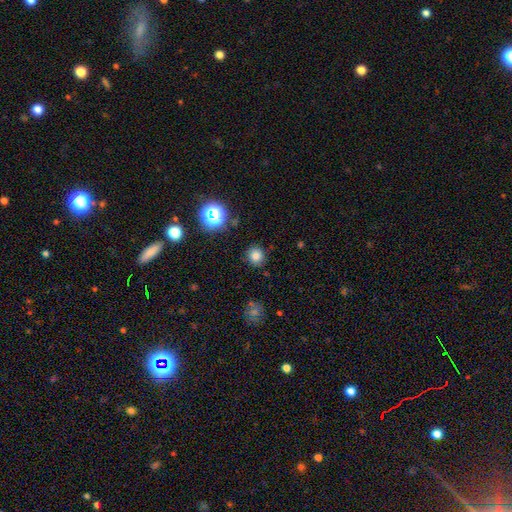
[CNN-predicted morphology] smooth 78%, star or artifact 16%, featured or disk 5%. Down the decision tree: how rounded — round (89%); merging — none (87%).